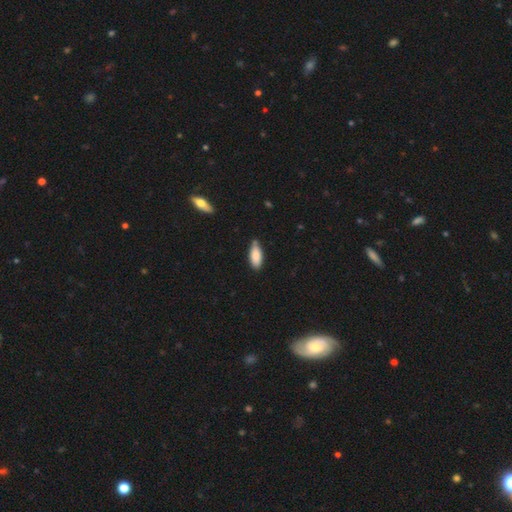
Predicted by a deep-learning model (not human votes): smooth-or-featured: smooth: 87% | featured or disk: 7% | star or artifact: 6%
  how-rounded: in between: 82% | cigar-shaped: 16% | round: 2%
  merging: none: 77% | minor disturbance: 18% | major disturbance: 3% | merger: 2%